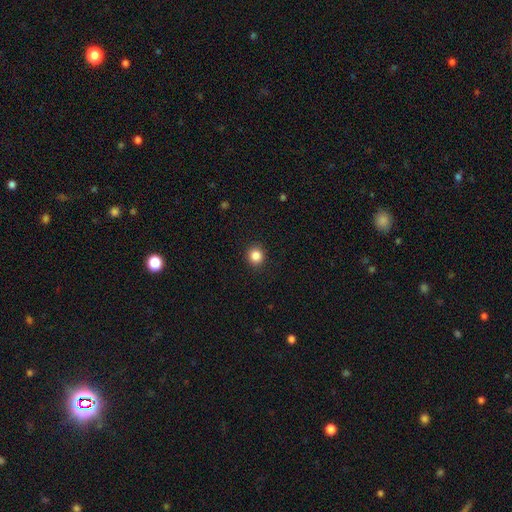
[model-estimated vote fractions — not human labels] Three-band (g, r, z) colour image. It shows a smooth galaxy with no disk features (86%) that is round (90%). Merging: none (92%).